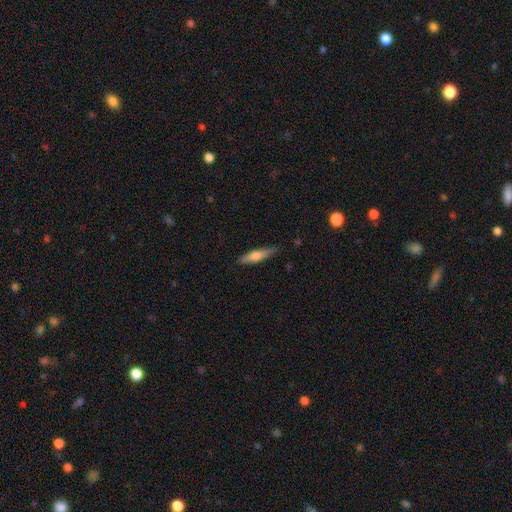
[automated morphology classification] Smooth or featured? Predicted: smooth (p=0.58). How rounded? Predicted: cigar-shaped (p=0.78). Merging? Predicted: none (p=0.79).